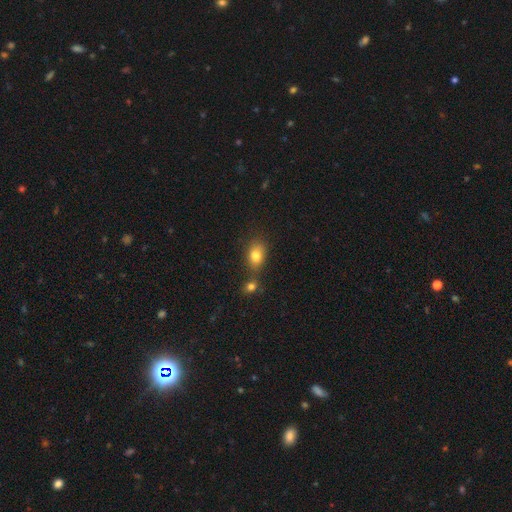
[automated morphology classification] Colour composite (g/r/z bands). It shows a smooth galaxy with no disk features (80%) that is in between round and cigar-shaped (72%). Merging: none (54%).